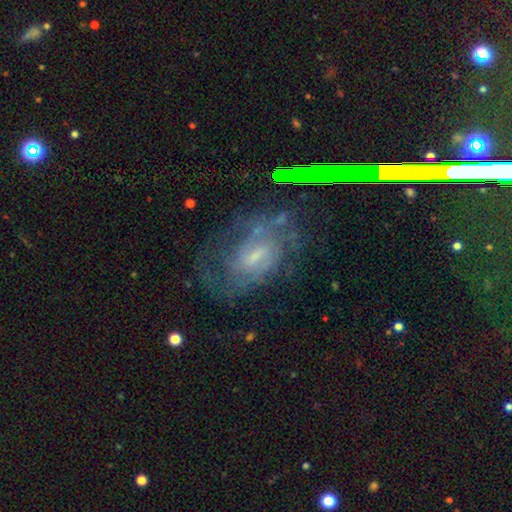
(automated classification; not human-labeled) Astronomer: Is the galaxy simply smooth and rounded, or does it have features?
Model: featured or disk — 73%.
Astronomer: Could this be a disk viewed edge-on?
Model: no — 95%.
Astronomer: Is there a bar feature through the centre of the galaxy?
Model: weak — 52% (runner-up: no, 31%).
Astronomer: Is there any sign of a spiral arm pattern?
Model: yes — 87%.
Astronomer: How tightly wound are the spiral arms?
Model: tight — 44% (runner-up: medium, 41%).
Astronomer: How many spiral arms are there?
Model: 2 — 41% (runner-up: can't tell, 39%).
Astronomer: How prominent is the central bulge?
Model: small — 54%.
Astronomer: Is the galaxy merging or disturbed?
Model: none — 60%.